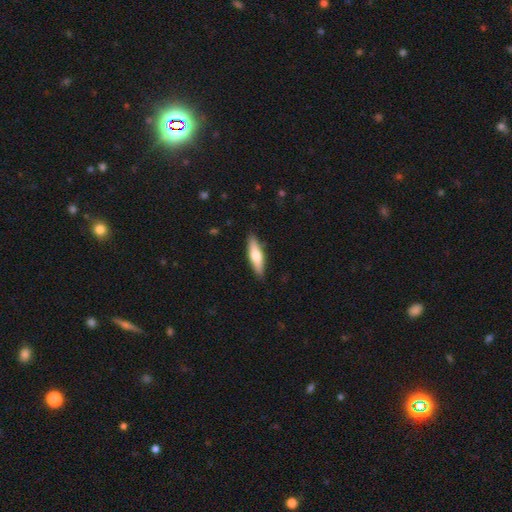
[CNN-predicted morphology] A smooth galaxy with no disk features (65%) that is cigar-shaped (65%).

Vote fractions:
- Smooth or featured? smooth: 65% / featured or disk: 30% / star or artifact: 5%
- How rounded? cigar-shaped: 65% / in between: 33% / round: 2%
- Merging? none: 87% / minor disturbance: 10% / major disturbance: 2% / merger: 1%